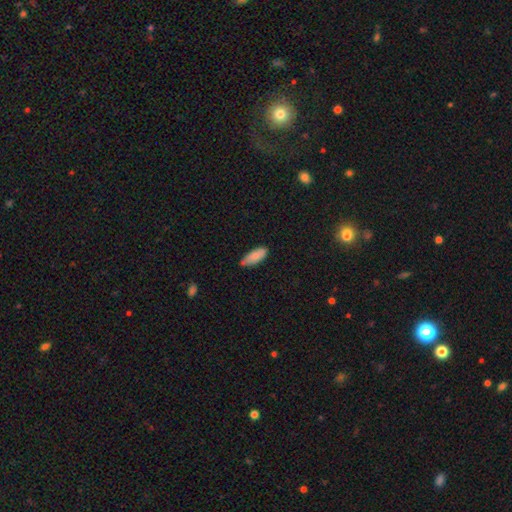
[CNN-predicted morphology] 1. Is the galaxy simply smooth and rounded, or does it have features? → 85% smooth, 9% featured or disk, 6% star or artifact.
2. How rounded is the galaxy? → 79% in between, 20% cigar-shaped, 2% round.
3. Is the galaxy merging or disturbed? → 70% none, 24% minor disturbance, 3% major disturbance, 3% merger.